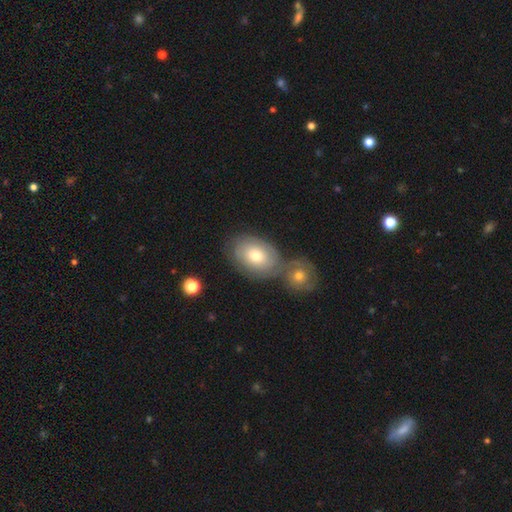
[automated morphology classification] smooth-or-featured: smooth: 53% | featured or disk: 40% | star or artifact: 8%
  how-rounded: in between: 74% | round: 24% | cigar-shaped: 1%
  merging: none: 43% | merger: 39% | minor disturbance: 13% | major disturbance: 5%